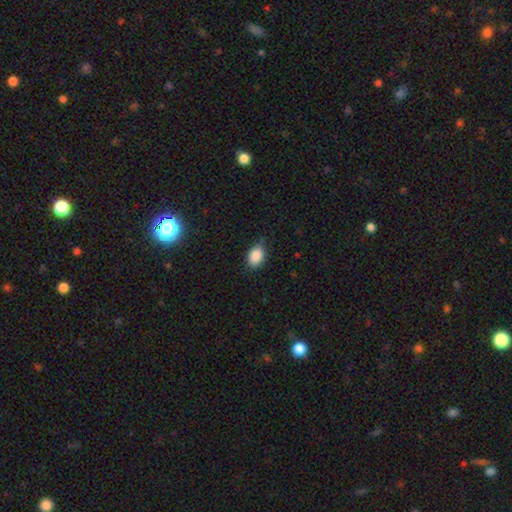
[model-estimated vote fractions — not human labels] Morphology: type=smooth (87%); roundness=in between (79%); merging=none (75%).